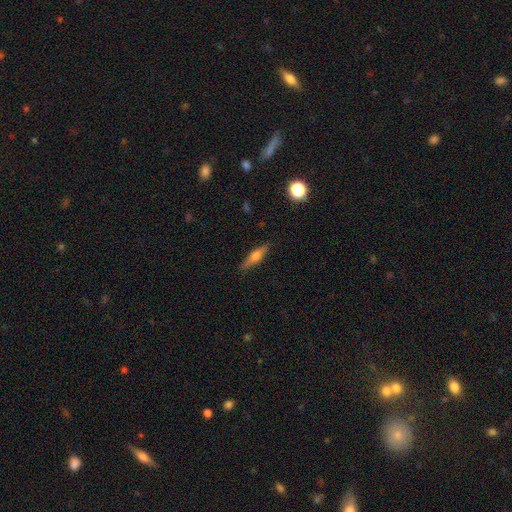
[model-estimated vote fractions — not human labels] Smooth or featured? Predicted: smooth (p=0.47). Merging? Predicted: none (p=0.86).